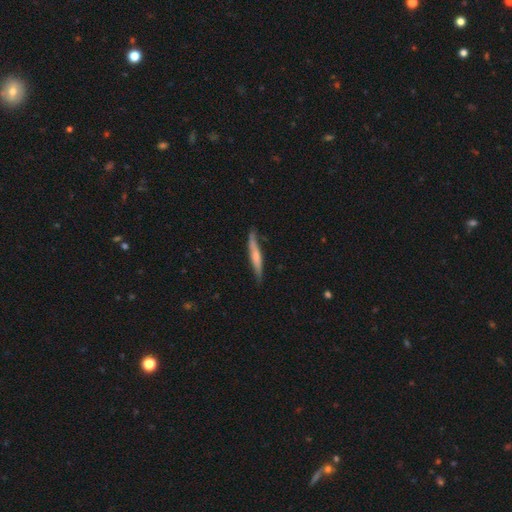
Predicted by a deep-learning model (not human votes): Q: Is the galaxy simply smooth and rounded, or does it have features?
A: smooth — 51%.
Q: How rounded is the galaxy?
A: cigar-shaped — 94%.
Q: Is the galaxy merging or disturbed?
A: none — 73%.